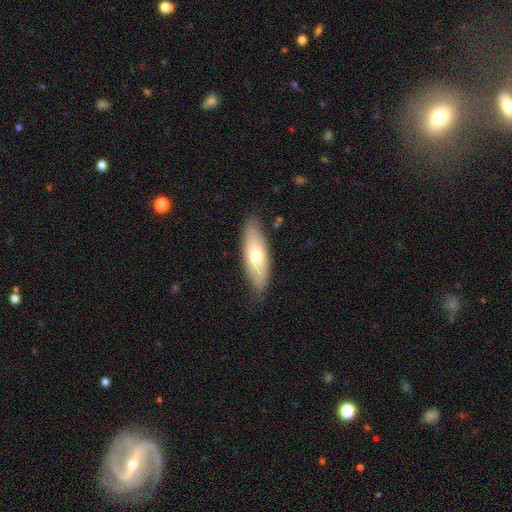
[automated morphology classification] The model was most divided on "how rounded": in between: 60%, cigar-shaped: 37%, round: 2%. More confident: merging — none (84%); smooth or featured — smooth (62%).